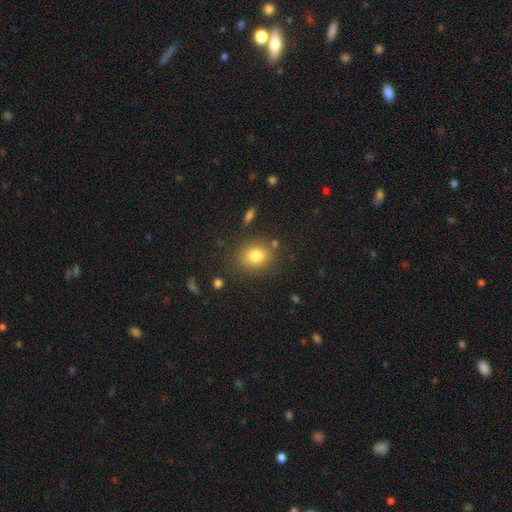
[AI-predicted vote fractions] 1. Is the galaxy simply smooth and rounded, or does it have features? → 81% smooth, 11% star or artifact, 9% featured or disk.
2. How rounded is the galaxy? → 62% round, 37% in between, 1% cigar-shaped.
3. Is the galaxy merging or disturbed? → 80% none, 12% minor disturbance, 4% major disturbance, 4% merger.